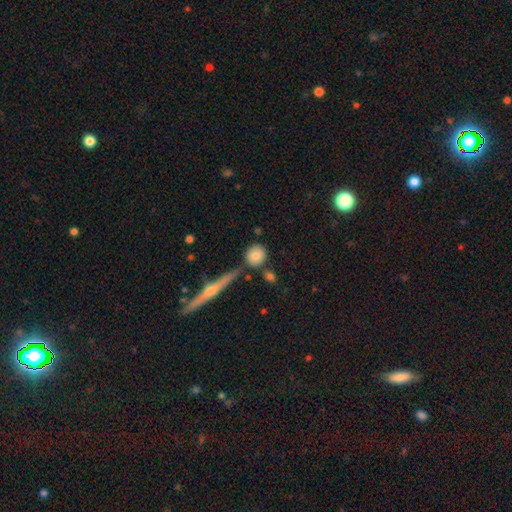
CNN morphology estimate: Smooth or featured?
  - smooth: 81% *
  - featured or disk: 11%
  - star or artifact: 8%
How rounded?
  - round: 85% *
  - in between: 11%
  - cigar-shaped: 3%
Merging?
  - none: 74% *
  - minor disturbance: 12%
  - merger: 10%
  - major disturbance: 4%